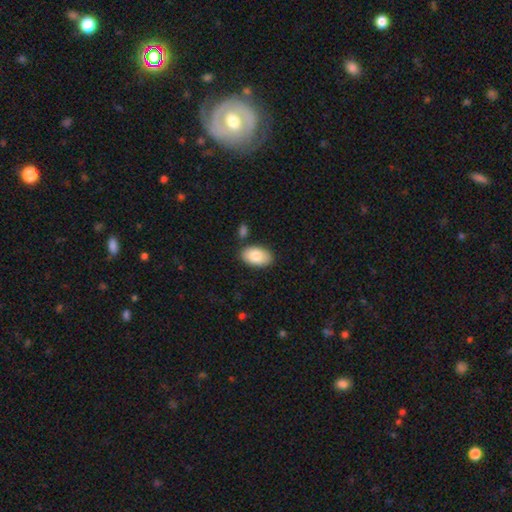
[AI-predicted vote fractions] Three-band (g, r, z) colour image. It shows a smooth galaxy with no disk features (83%) that is in between round and cigar-shaped (93%). Merging: none (82%).